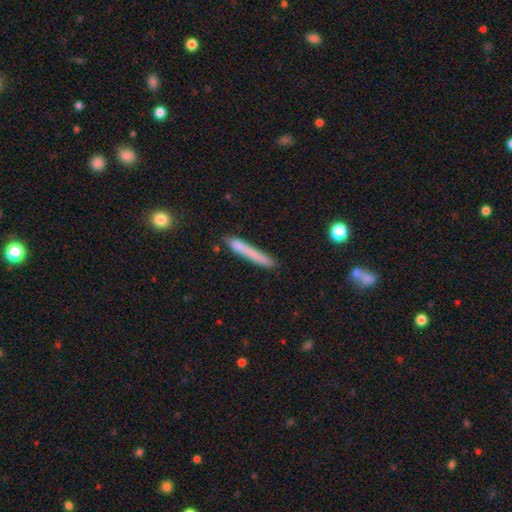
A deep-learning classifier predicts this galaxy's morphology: Q: Smooth or featured?
A: smooth (75%); runner-up: featured or disk (19%)
Q: How rounded?
A: cigar-shaped (95%); runner-up: in between (4%)
Q: Merging?
A: none (70%); runner-up: minor disturbance (20%)